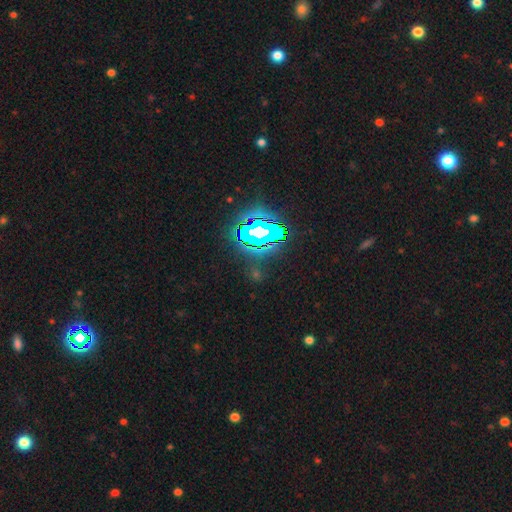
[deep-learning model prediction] Smooth or featured? Predicted: star or artifact (p=0.83).